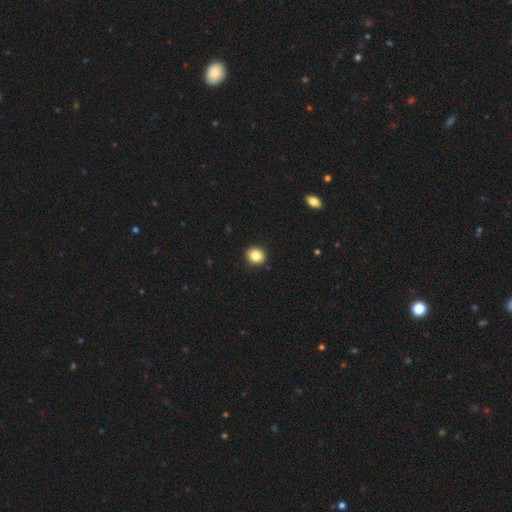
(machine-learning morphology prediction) type=smooth (83%); roundness=round (81%); merging=none (92%).